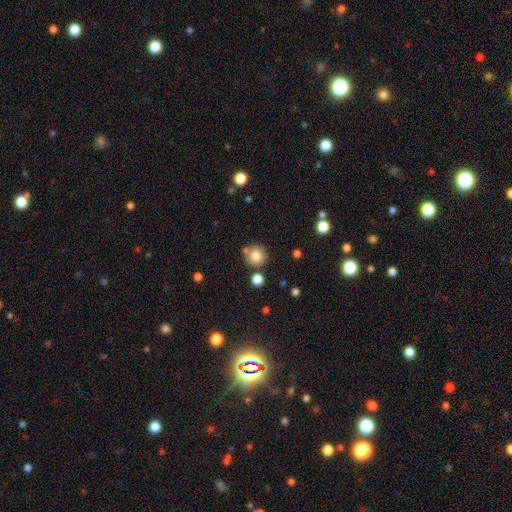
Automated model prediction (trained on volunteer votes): smooth-or-featured: smooth: 82% | star or artifact: 11% | featured or disk: 7%
  how-rounded: round: 92% | in between: 7% | cigar-shaped: 1%
  merging: none: 74% | merger: 12% | minor disturbance: 11% | major disturbance: 3%